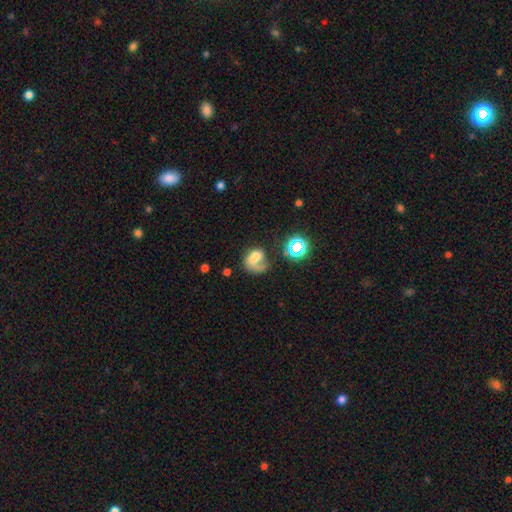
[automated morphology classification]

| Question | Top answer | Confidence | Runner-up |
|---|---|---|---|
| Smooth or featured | featured or disk | 46% | smooth (40%) |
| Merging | major disturbance | 38% | none (32%) |